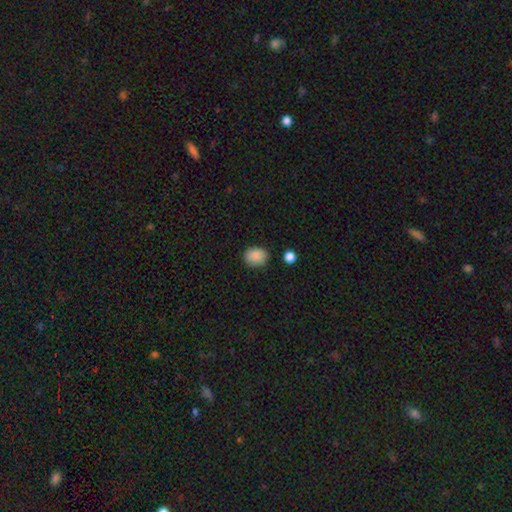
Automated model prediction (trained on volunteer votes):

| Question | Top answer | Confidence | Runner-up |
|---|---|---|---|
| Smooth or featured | smooth | 88% | star or artifact (9%) |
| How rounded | round | 52% | in between (47%) |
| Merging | none | 82% | minor disturbance (12%) |